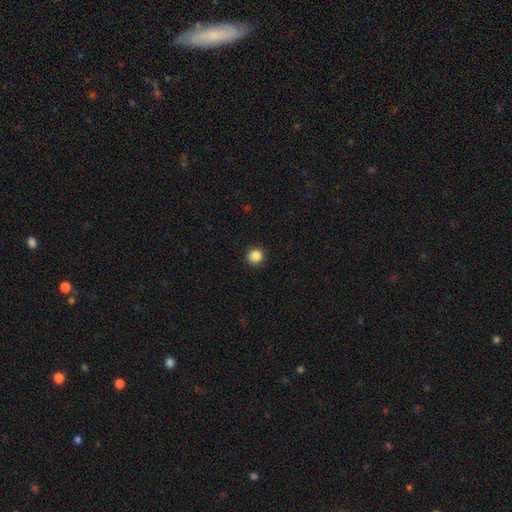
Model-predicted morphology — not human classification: The model was most divided on "smooth or featured": smooth: 87%, star or artifact: 10%, featured or disk: 3%. More confident: merging — none (92%); how rounded — round (92%).